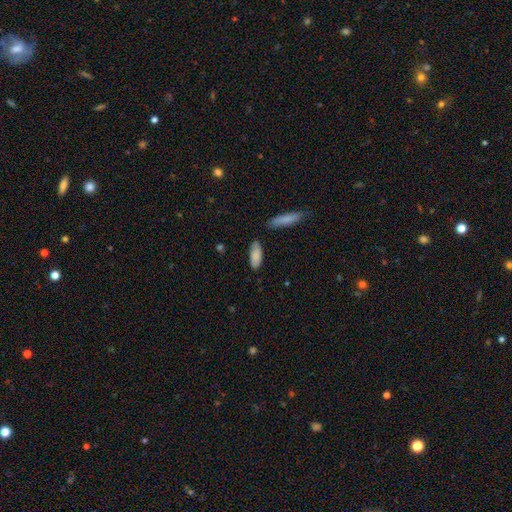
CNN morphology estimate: The model was most divided on "merging": none: 76%, minor disturbance: 17%, merger: 4%, major disturbance: 3%. More confident: smooth or featured — smooth (85%); how rounded — in between (79%).